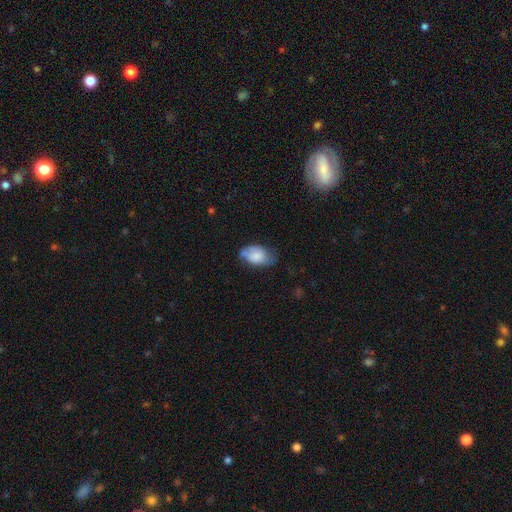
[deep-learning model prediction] A smooth galaxy with no disk features (71%) that is in between round and cigar-shaped (91%).

Vote fractions:
- Smooth or featured? smooth: 71% / featured or disk: 22% / star or artifact: 8%
- How rounded? in between: 91% / round: 7% / cigar-shaped: 2%
- Merging? none: 47% / minor disturbance: 37% / major disturbance: 12% / merger: 4%